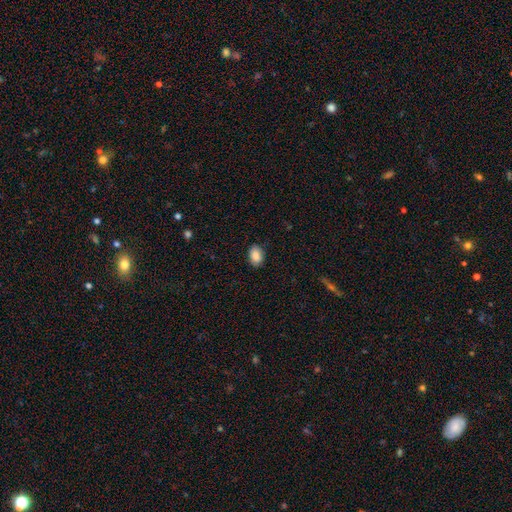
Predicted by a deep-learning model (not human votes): Q: Smooth or featured?
A: smooth (88%); runner-up: star or artifact (7%)
Q: How rounded?
A: in between (84%); runner-up: round (14%)
Q: Merging?
A: none (86%); runner-up: minor disturbance (11%)